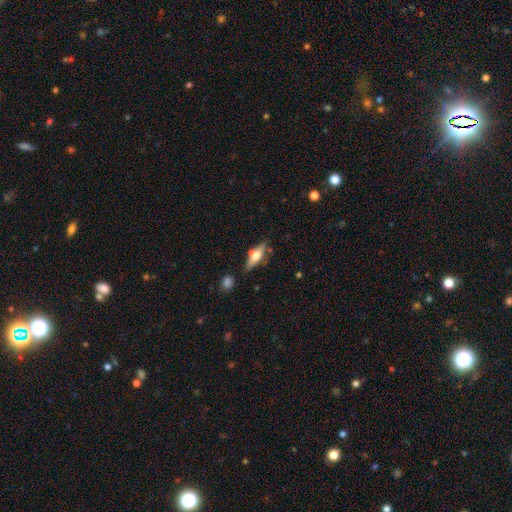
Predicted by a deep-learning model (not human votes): featured or disk 56%, smooth 36%, star or artifact 8%. Down the decision tree: edge-on disk — yes (91%); edge-on bulge — rounded (91%); merging — none (71%).